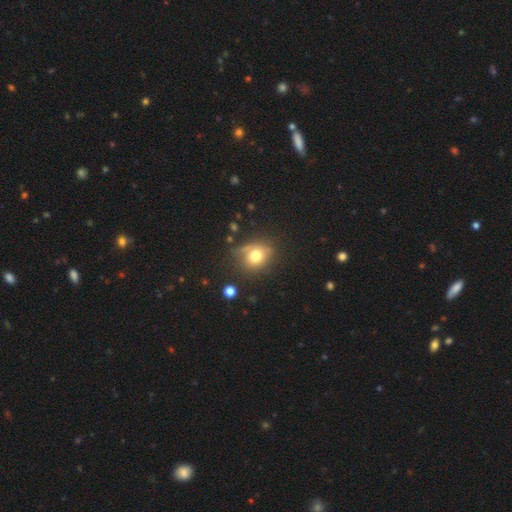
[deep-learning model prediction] smooth 71%, featured or disk 17%, star or artifact 13%. Down the decision tree: how rounded — round (61%); merging — none (60%).